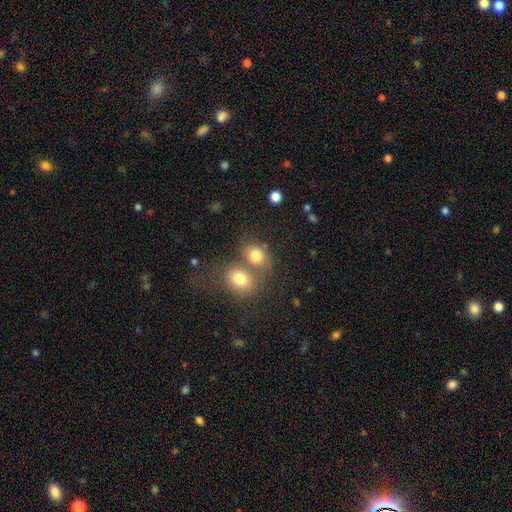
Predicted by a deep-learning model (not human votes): smooth 78%, star or artifact 12%, featured or disk 10%. Down the decision tree: how rounded — round (56%); merging — merger (50%).